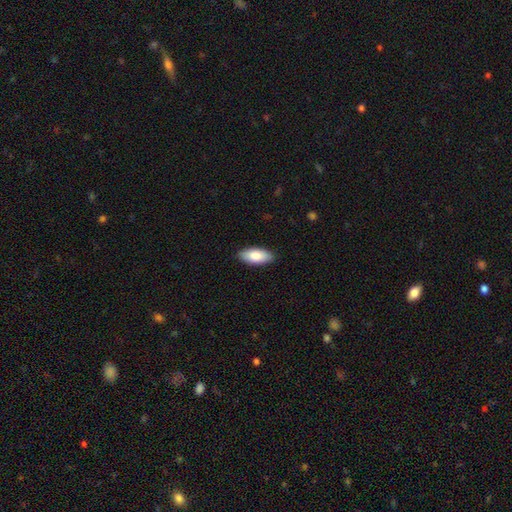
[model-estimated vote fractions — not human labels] smooth 84%, featured or disk 10%, star or artifact 6%. Down the decision tree: how rounded — in between (88%); merging — none (88%).